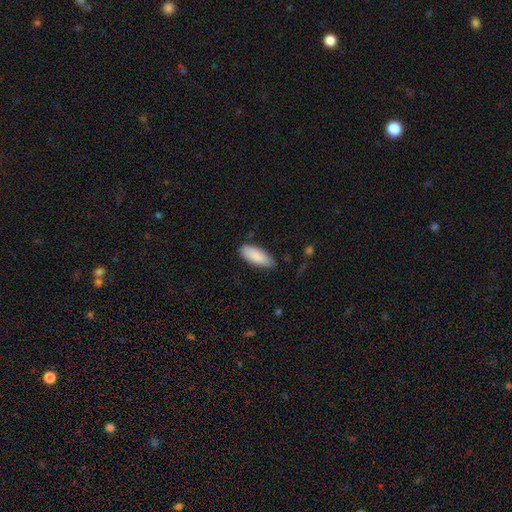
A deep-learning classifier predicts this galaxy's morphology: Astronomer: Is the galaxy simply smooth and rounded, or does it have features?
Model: smooth — 89%.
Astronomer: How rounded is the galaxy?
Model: in between — 78%.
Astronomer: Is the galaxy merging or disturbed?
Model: none — 81%.